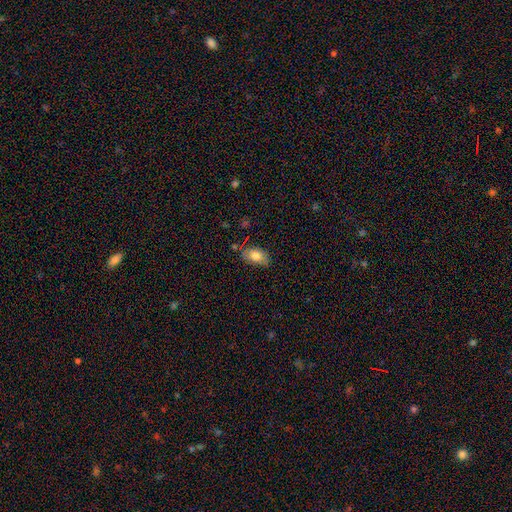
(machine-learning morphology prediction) Smooth or featured: smooth — 78% (featured or disk — 14%)
How rounded: in between — 90% (round — 8%)
Merging: none — 75% (minor disturbance — 19%)